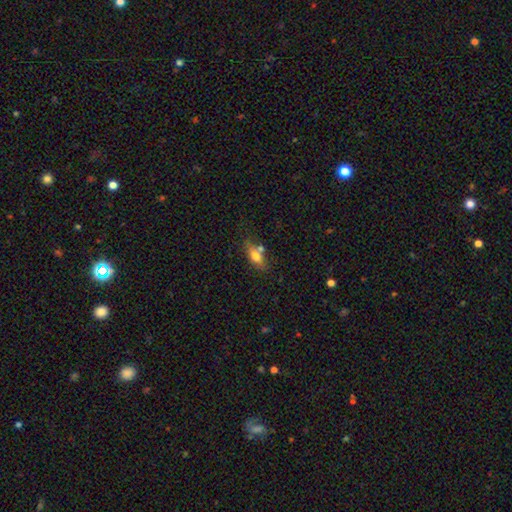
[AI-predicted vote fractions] Overall: smooth (68%). How rounded: in between (75%). Merging: none (59%).